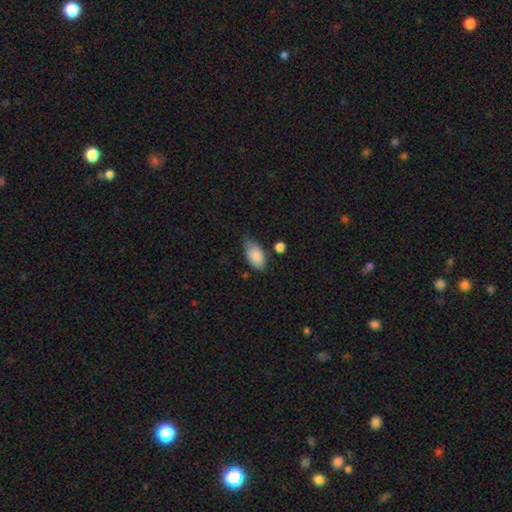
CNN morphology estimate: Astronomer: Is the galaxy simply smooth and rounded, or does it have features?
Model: smooth — 86%.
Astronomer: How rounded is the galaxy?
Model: in between — 93%.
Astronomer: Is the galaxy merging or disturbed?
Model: none — 60%.